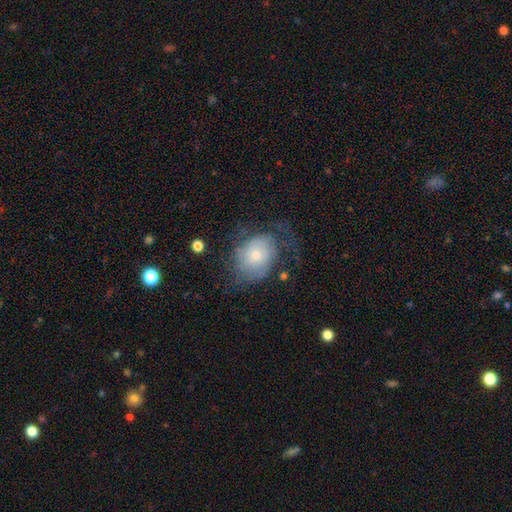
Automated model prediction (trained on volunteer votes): smooth-or-featured: featured or disk: 49% | smooth: 41% | star or artifact: 10%
  merging: none: 43% | major disturbance: 31% | minor disturbance: 25% | merger: 2%